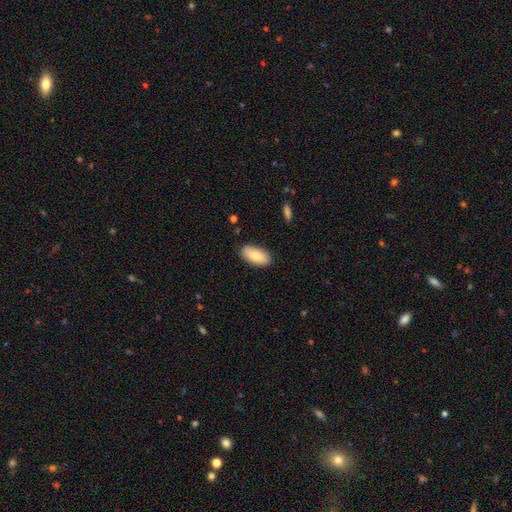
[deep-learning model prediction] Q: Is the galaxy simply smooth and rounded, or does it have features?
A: smooth — 79%.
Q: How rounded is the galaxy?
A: in between — 91%.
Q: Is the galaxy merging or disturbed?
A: none — 85%.